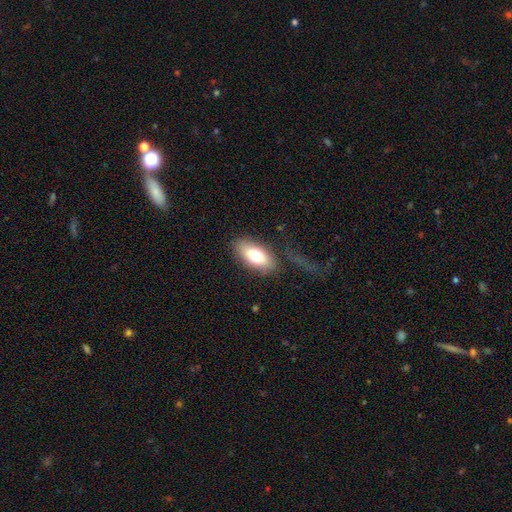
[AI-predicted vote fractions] The model was most divided on "smooth or featured": smooth: 74%, featured or disk: 19%, star or artifact: 7%. More confident: how rounded — in between (89%); merging — none (76%).